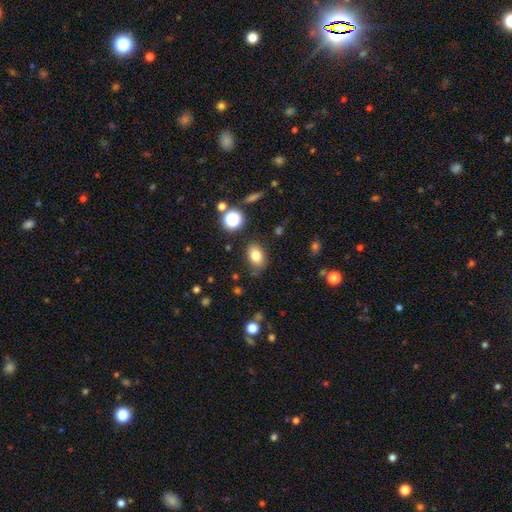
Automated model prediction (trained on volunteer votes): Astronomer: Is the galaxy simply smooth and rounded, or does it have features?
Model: smooth — 80%.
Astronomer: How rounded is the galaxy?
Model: in between — 80%.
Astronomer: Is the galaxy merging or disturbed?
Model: none — 79%.